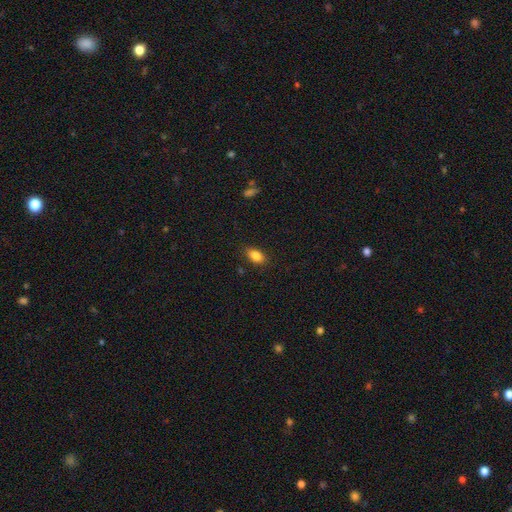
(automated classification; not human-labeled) This appears to be a smooth galaxy with no disk features (85%) that is in between round and cigar-shaped (88%). Merging: none (86%).